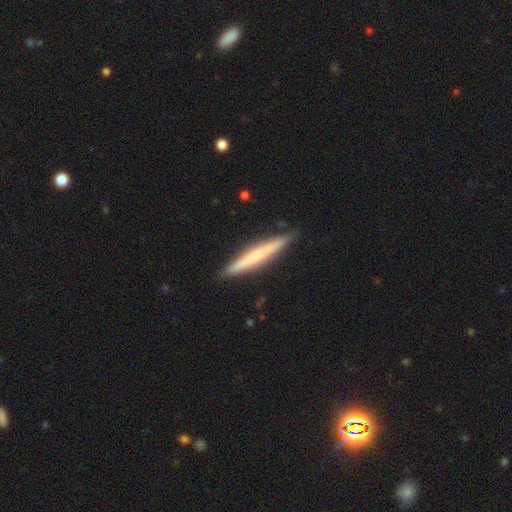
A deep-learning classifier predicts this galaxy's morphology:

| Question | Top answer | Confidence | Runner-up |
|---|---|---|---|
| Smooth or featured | smooth | 54% | featured or disk (41%) |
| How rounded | cigar-shaped | 96% | in between (3%) |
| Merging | none | 91% | minor disturbance (7%) |